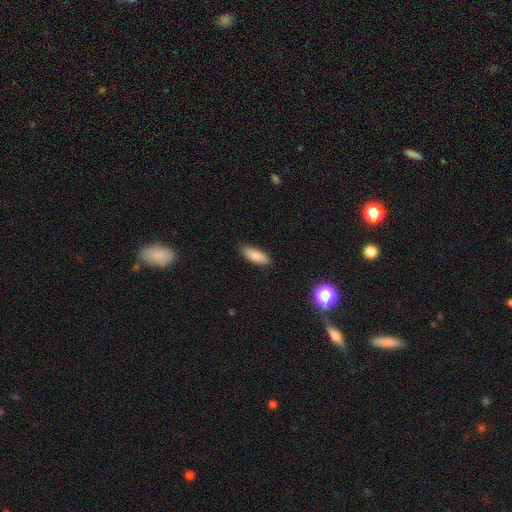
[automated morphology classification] A smooth galaxy with no disk features (84%) that is in between round and cigar-shaped (66%). Merging: none (86%).